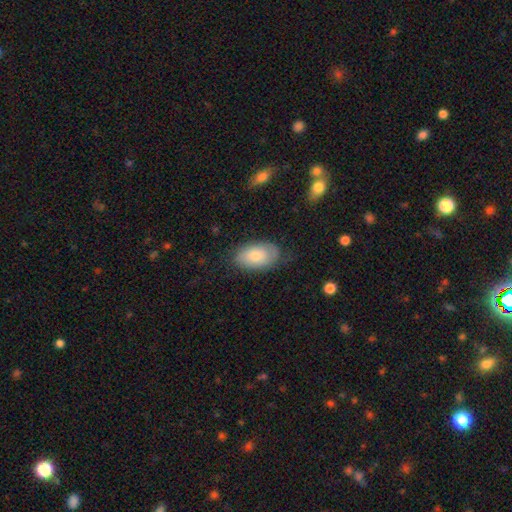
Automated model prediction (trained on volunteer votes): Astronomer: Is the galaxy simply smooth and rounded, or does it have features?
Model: smooth — 75%.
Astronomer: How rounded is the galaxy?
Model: in between — 92%.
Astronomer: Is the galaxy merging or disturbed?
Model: none — 71%.